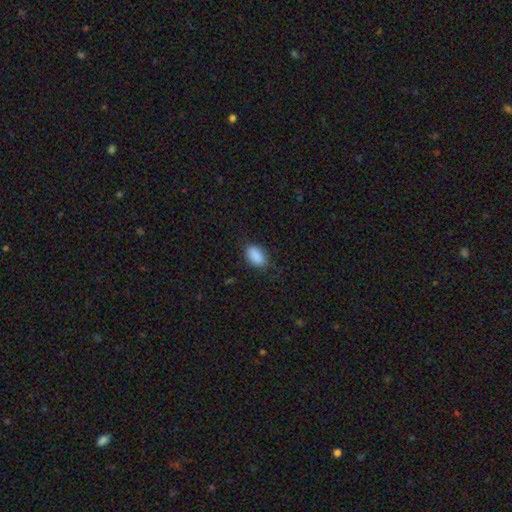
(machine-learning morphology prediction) Q: Smooth or featured?
A: smooth (89%); runner-up: star or artifact (7%)
Q: How rounded?
A: in between (92%); runner-up: round (7%)
Q: Merging?
A: none (79%); runner-up: minor disturbance (16%)